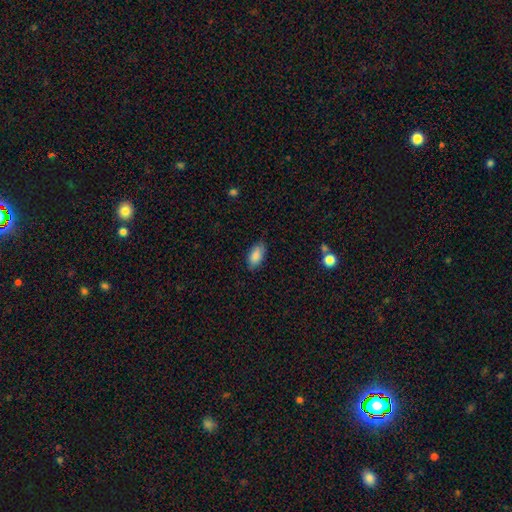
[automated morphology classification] Q: Smooth or featured?
A: smooth (87%); runner-up: star or artifact (7%)
Q: How rounded?
A: in between (91%); runner-up: cigar-shaped (6%)
Q: Merging?
A: none (82%); runner-up: minor disturbance (14%)